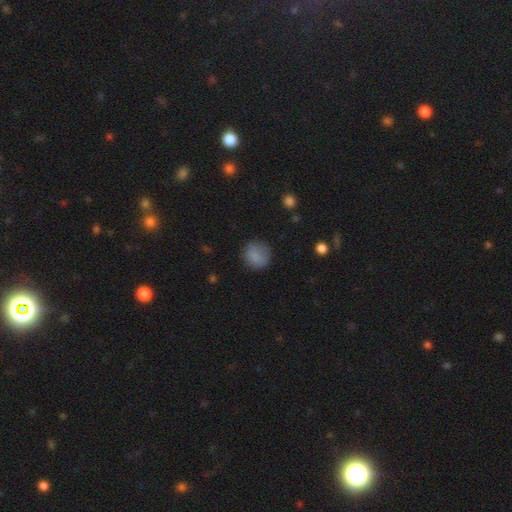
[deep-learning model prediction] Q: Smooth or featured?
A: smooth (84%); runner-up: star or artifact (10%)
Q: How rounded?
A: round (87%); runner-up: in between (12%)
Q: Merging?
A: none (80%); runner-up: minor disturbance (15%)